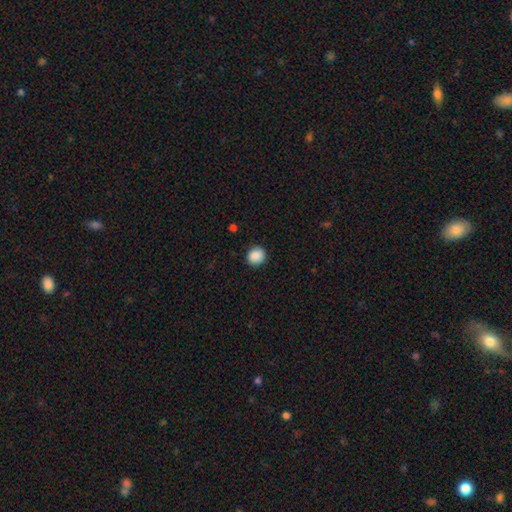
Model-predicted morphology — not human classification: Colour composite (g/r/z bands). It shows a smooth galaxy with no disk features (88%) that is round (84%). Merging: none (89%).